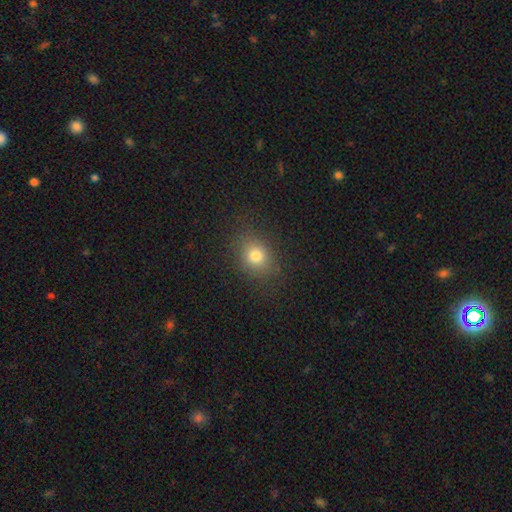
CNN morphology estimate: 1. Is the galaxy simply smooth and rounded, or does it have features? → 77% smooth, 15% star or artifact, 8% featured or disk.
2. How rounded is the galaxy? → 55% round, 43% in between, 1% cigar-shaped.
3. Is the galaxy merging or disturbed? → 84% none, 11% minor disturbance, 5% major disturbance, 1% merger.